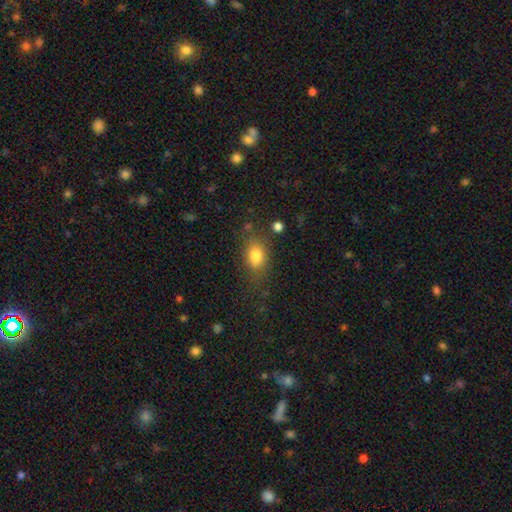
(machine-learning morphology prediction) The model was most divided on "merging": none: 70%, minor disturbance: 18%, major disturbance: 8%, merger: 4%. More confident: smooth or featured — smooth (81%); how rounded — in between (79%).